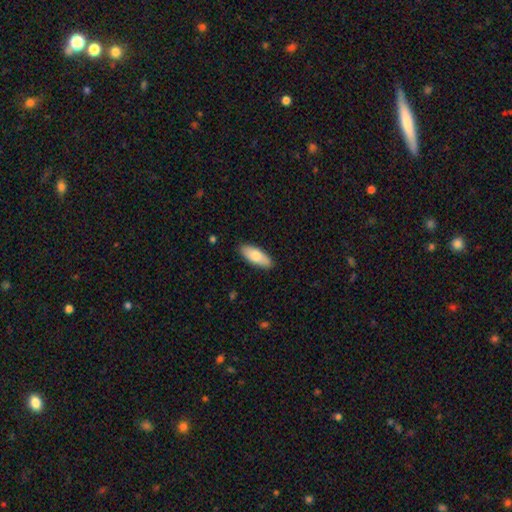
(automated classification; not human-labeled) This is likely a smooth galaxy (79%). How rounded: likely in between (77%). Merging: clearly none (88%).